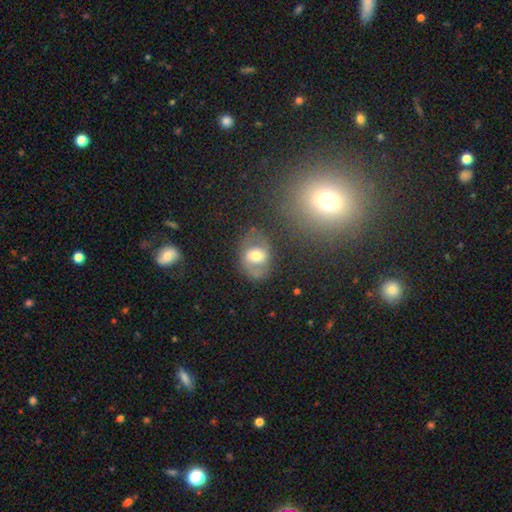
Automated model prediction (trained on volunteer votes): Morphology: type=featured or disk (48%); merging=none (61%).